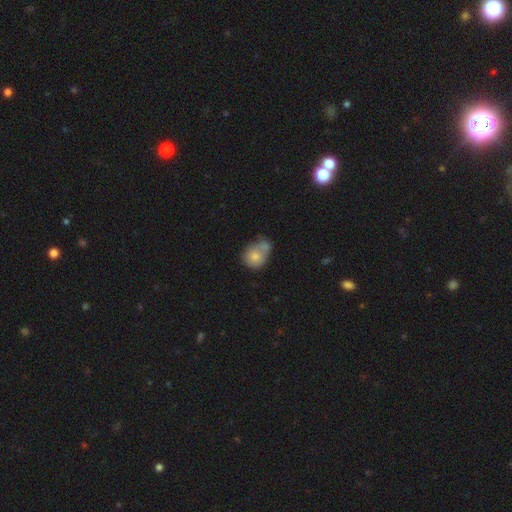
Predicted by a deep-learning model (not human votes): Overall: smooth (77%). How rounded: round (63%; in between 36%). Merging: merger (53%; none 28%).